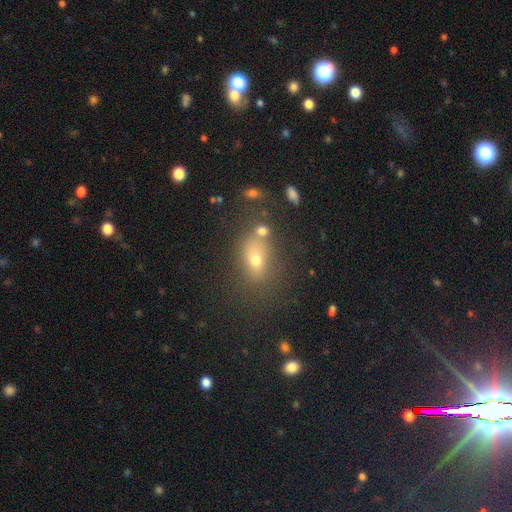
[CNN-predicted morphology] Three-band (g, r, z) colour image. It shows a smooth galaxy with no disk features (62%) that is in between round and cigar-shaped (65%). Merging: none (65%).